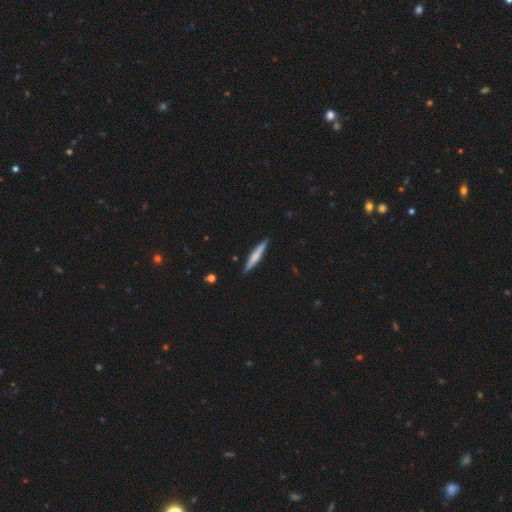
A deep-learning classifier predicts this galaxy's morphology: Q: Smooth or featured?
A: smooth (57%); runner-up: featured or disk (37%)
Q: How rounded?
A: cigar-shaped (94%); runner-up: in between (5%)
Q: Merging?
A: none (89%); runner-up: minor disturbance (8%)